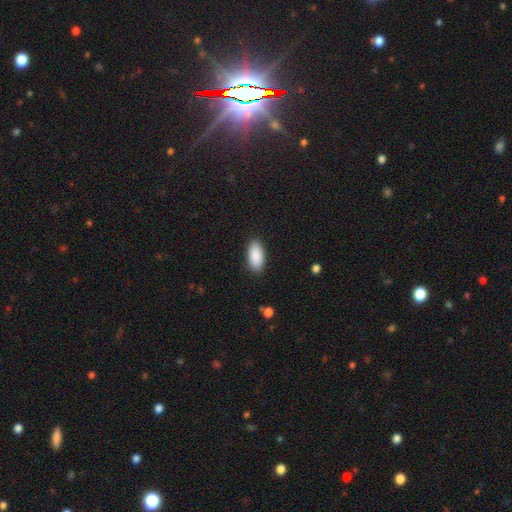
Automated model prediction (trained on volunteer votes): Q: Smooth or featured?
A: smooth (90%); runner-up: star or artifact (6%)
Q: How rounded?
A: in between (92%); runner-up: cigar-shaped (6%)
Q: Merging?
A: none (88%); runner-up: minor disturbance (9%)